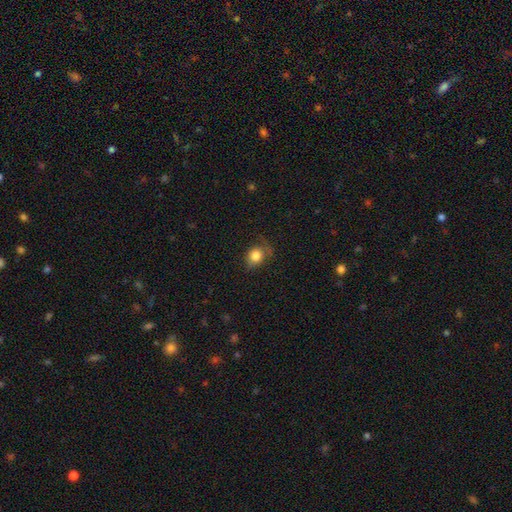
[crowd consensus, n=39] Smooth or featured? 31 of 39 (79%) said smooth. How rounded? 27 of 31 (87%) said round. Merging? 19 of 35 (54%) said none.